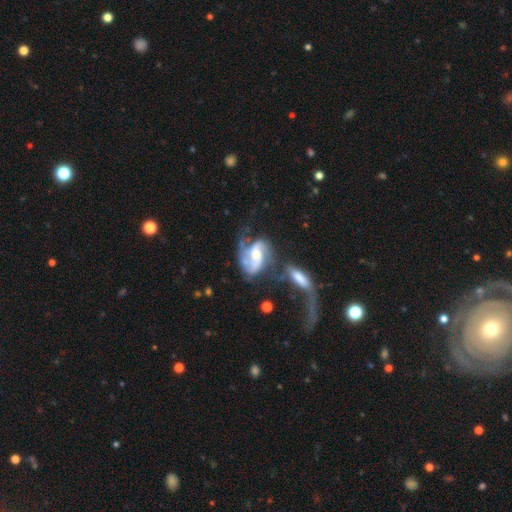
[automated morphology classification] Smooth or featured: featured or disk — 84% (smooth — 10%)
Edge-on disk: no — 97% (yes — 3%)
Bar: no — 43% (weak — 41%)
Spiral arms: yes — 95% (no — 5%)
Spiral winding: medium — 48% (loose — 32%)
Spiral arm count: 2 — 84% (can't tell — 6%)
Bulge size: moderate — 48% (small — 26%)
Merging: none — 37% (merger — 26%)